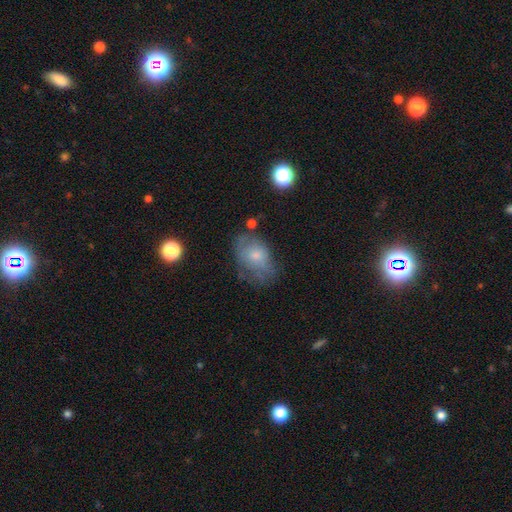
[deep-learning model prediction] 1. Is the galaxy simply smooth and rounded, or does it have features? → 57% smooth, 33% featured or disk, 10% star or artifact.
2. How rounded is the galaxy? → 77% in between, 22% round, 1% cigar-shaped.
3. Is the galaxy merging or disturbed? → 46% none, 30% minor disturbance, 20% major disturbance, 3% merger.